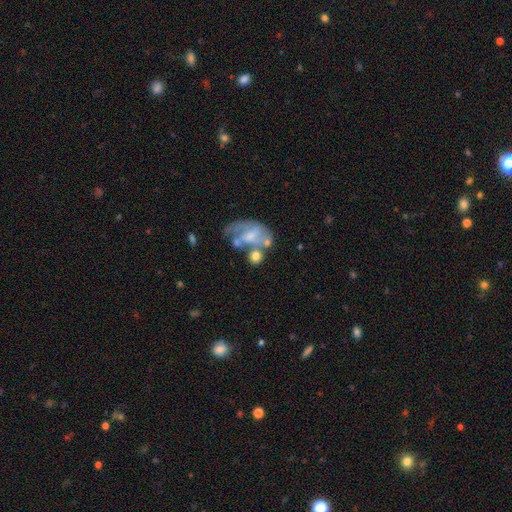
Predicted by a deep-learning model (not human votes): A smooth galaxy with no disk features (47%). Merging: none (31%).